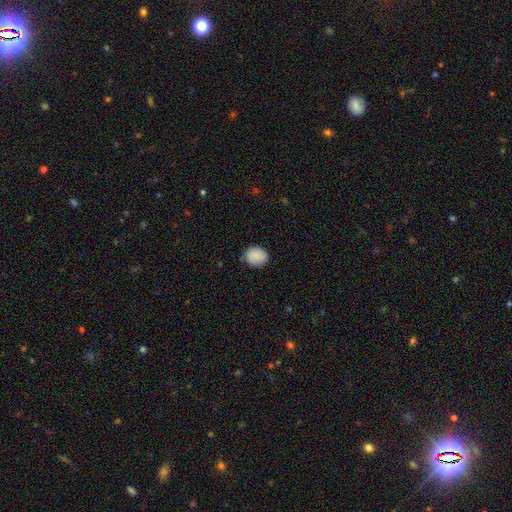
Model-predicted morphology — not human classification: smooth-or-featured: smooth: 87% | star or artifact: 8% | featured or disk: 6%
  how-rounded: round: 64% | in between: 35% | cigar-shaped: 1%
  merging: none: 79% | minor disturbance: 17% | major disturbance: 3% | merger: 1%